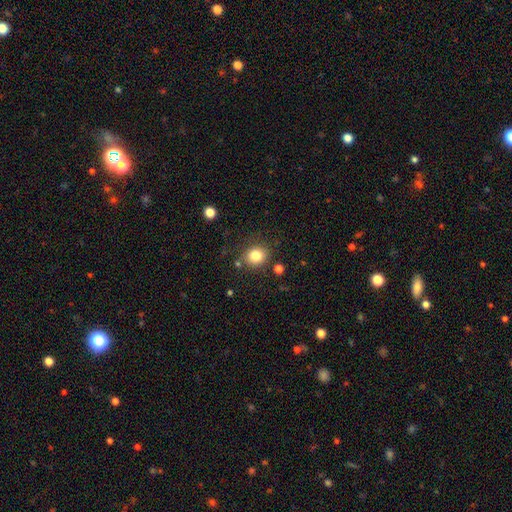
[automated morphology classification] Smooth or featured? Predicted: smooth (p=0.81). How rounded? Predicted: round (p=0.77). Merging? Predicted: none (p=0.81).